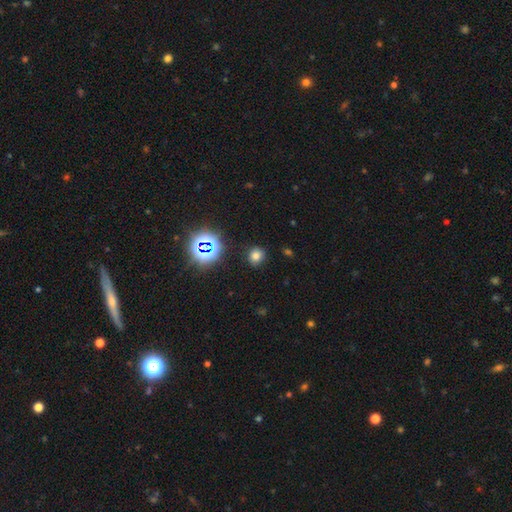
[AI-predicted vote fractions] smooth-or-featured: smooth: 71% | star or artifact: 22% | featured or disk: 7%
  how-rounded: round: 81% | in between: 18% | cigar-shaped: 1%
  merging: none: 86% | minor disturbance: 9% | major disturbance: 3% | merger: 2%